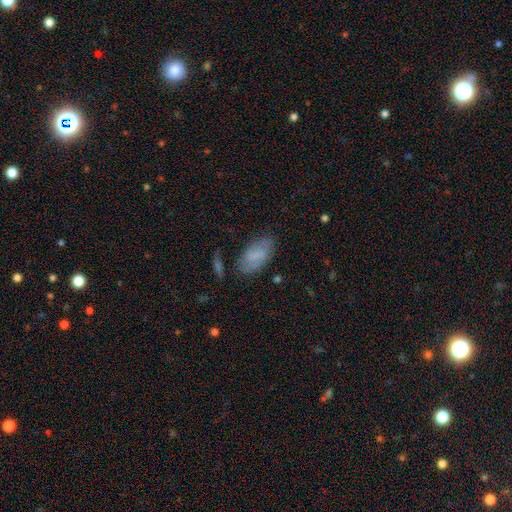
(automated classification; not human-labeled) The model was most divided on "smooth or featured": smooth: 69%, featured or disk: 23%, star or artifact: 8%. More confident: how rounded — in between (93%); merging — none (69%).